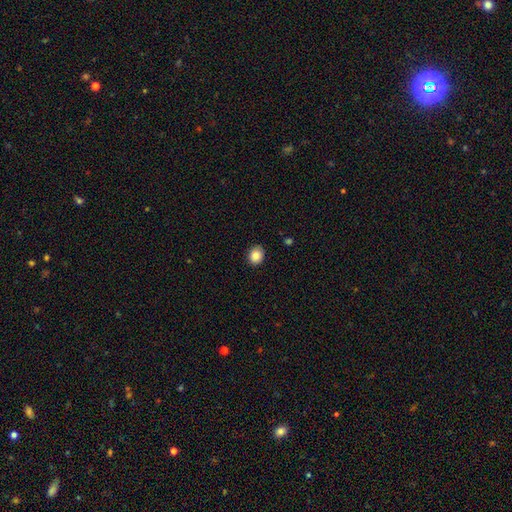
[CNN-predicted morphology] Smooth or featured: smooth — 87% (star or artifact — 9%)
How rounded: round — 65% (in between — 35%)
Merging: none — 87% (minor disturbance — 10%)